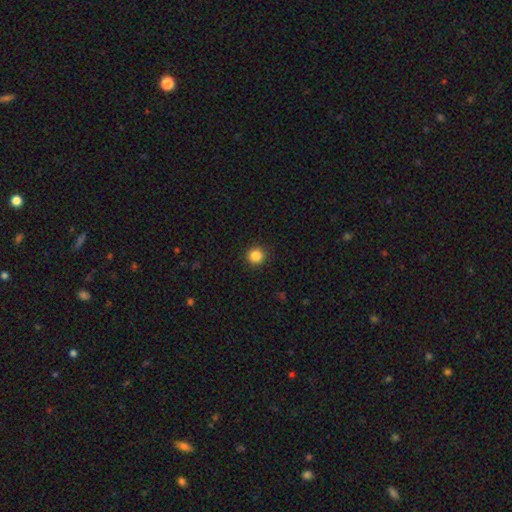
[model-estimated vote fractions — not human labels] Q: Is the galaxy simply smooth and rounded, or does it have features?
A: smooth — 86%.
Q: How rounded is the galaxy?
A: round — 94%.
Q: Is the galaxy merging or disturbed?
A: none — 92%.